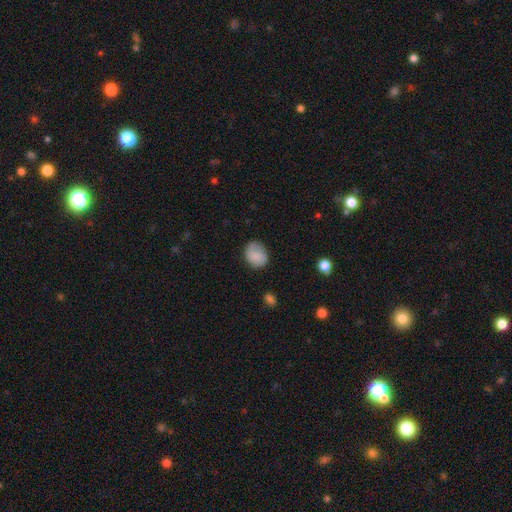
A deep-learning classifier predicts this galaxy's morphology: Smooth or featured? Predicted: smooth (p=0.80). How rounded? Predicted: round (p=0.58). Merging? Predicted: none (p=0.73).